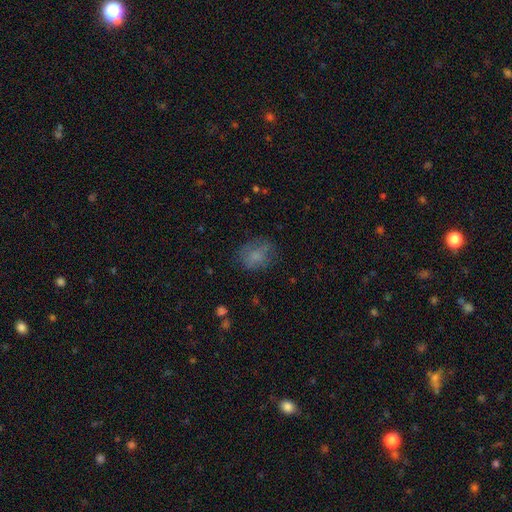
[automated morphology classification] Overall: smooth (72%). How rounded: round (59%; in between 40%). Merging: none (66%).